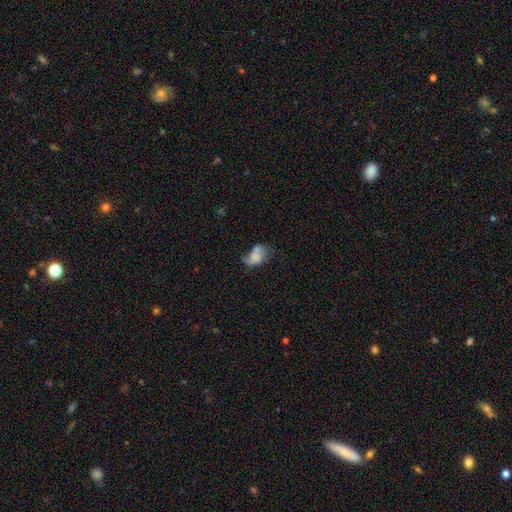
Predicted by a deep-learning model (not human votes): Smooth or featured: smooth — 50% (featured or disk — 39%)
Merging: major disturbance — 26% (tied with none — 26%; merger — 26%)